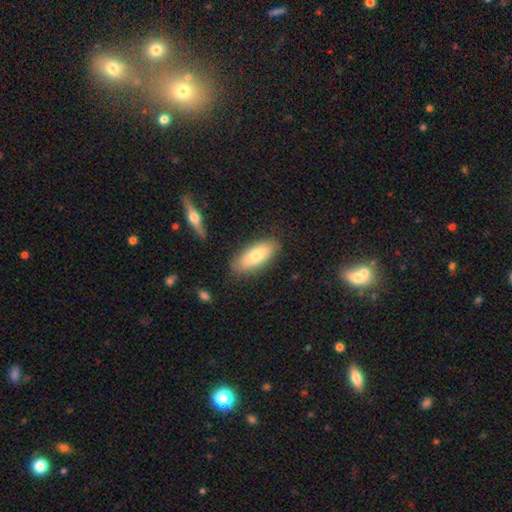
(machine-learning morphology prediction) Overall: smooth (71%). How rounded: in between (82%). Merging: none (80%).